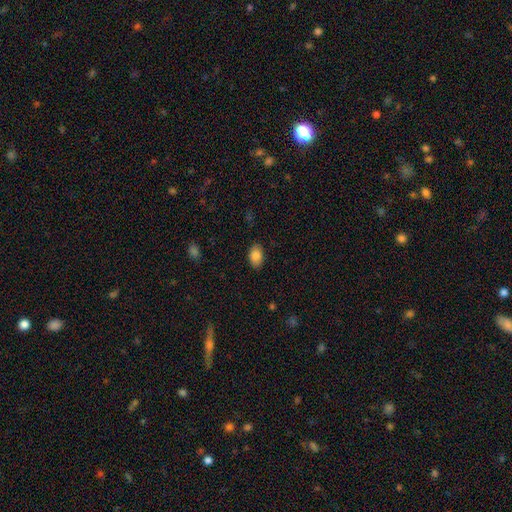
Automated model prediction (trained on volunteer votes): Smooth or featured? smooth (85%)
How rounded? in between (89%)
Merging? none (87%)